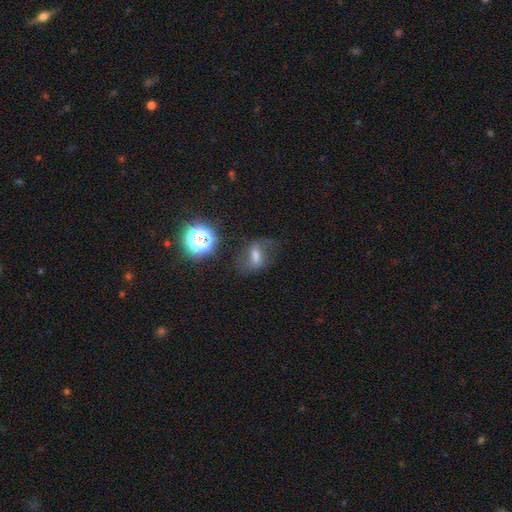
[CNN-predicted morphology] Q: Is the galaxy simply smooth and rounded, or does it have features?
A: featured or disk — 44%.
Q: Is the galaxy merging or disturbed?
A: none — 59%.